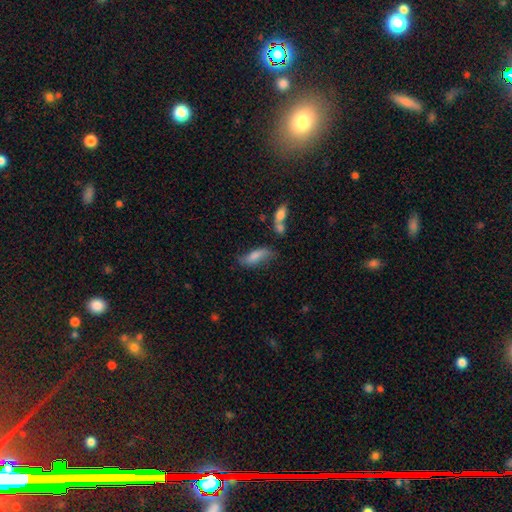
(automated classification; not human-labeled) This appears to be a smooth galaxy with no disk features (65%) that is in between round and cigar-shaped (63%). Merging: none (49%).